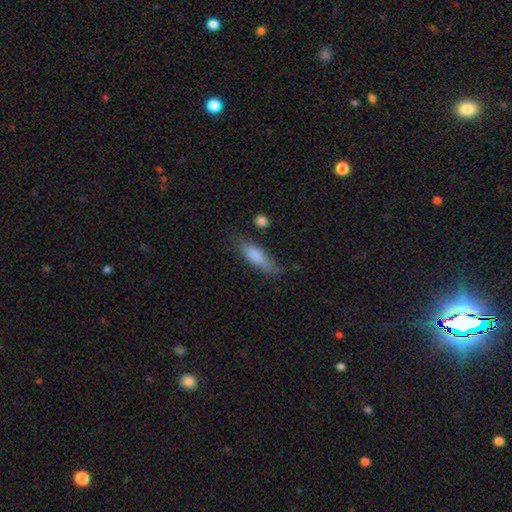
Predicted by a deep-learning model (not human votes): smooth-or-featured: smooth: 79% | featured or disk: 13% | star or artifact: 7%
  how-rounded: cigar-shaped: 49% (tied) | in between: 49% (tied) | round: 2%
  merging: none: 62% | minor disturbance: 26% | major disturbance: 8% | merger: 4%